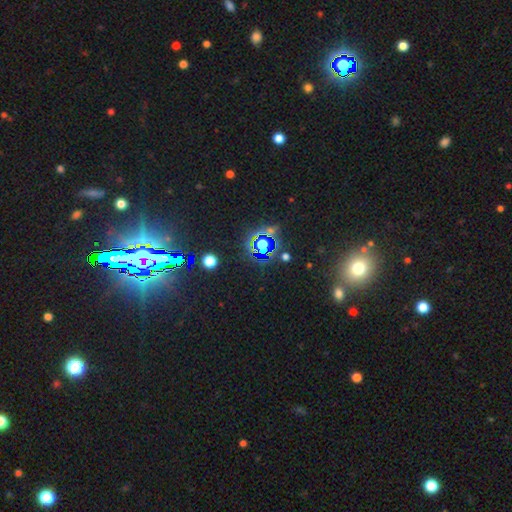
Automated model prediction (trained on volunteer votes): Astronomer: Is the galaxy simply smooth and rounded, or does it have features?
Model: star or artifact — 73%.